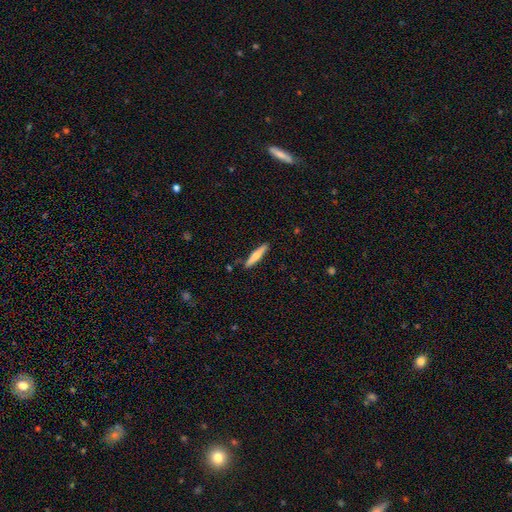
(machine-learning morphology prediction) type=smooth (64%); roundness=cigar-shaped (89%); merging=none (86%).